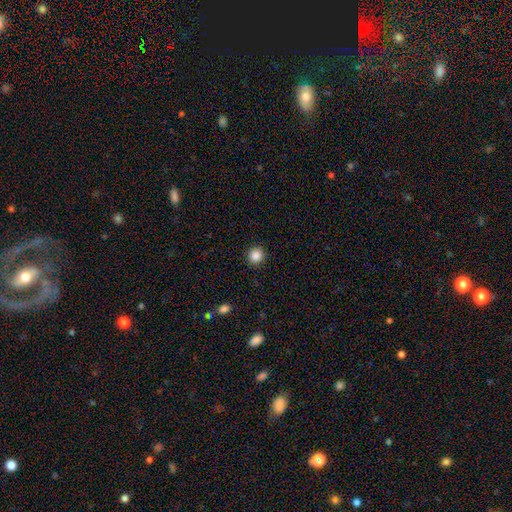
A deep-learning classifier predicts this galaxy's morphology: Smooth or featured: smooth — 86% (star or artifact — 10%)
How rounded: round — 93% (in between — 6%)
Merging: none — 92% (minor disturbance — 5%)